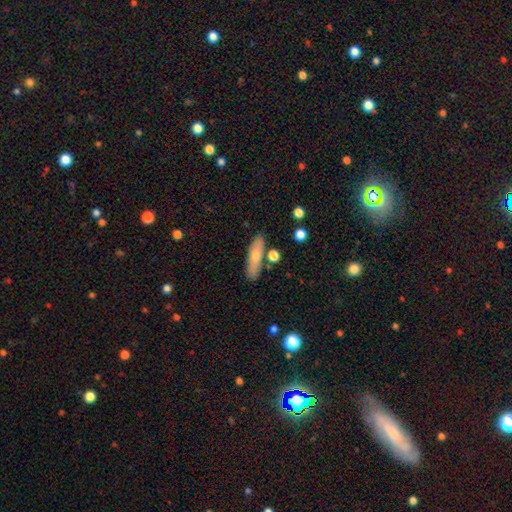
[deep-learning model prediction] This is likely a smooth galaxy (63%). How rounded: likely cigar-shaped (66%). Merging: clearly none (83%).